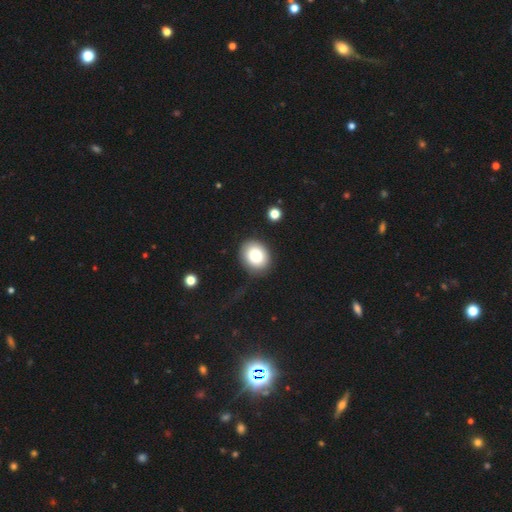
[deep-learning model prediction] smooth 79%, featured or disk 11%, star or artifact 9%. Down the decision tree: how rounded — round (56%); merging — none (81%).